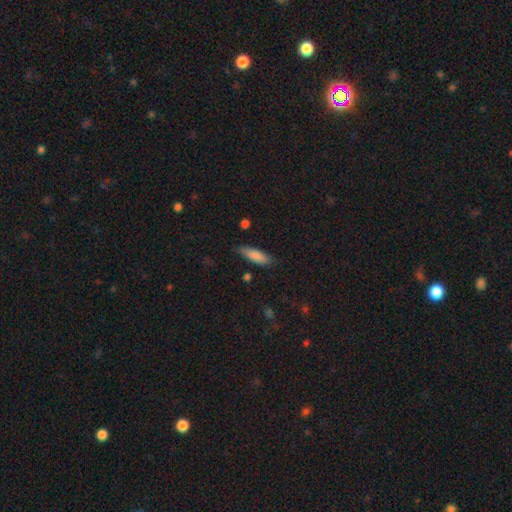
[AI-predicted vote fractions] smooth 85%, featured or disk 9%, star or artifact 6%. Down the decision tree: how rounded — cigar-shaped (53%); merging — none (82%).